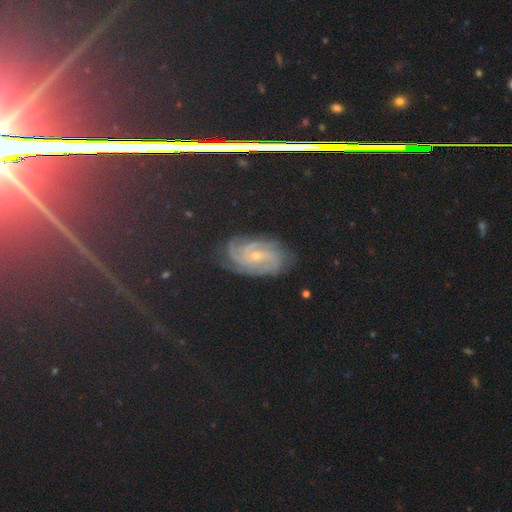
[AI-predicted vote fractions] featured or disk 71%, star or artifact 18%, smooth 11%. Down the decision tree: edge-on disk — no (96%); bar — no (66%); spiral arms — yes (98%); spiral arm count — can't tell (27%); spiral winding — tight (69%); bulge size — small (74%); merging — none (81%).